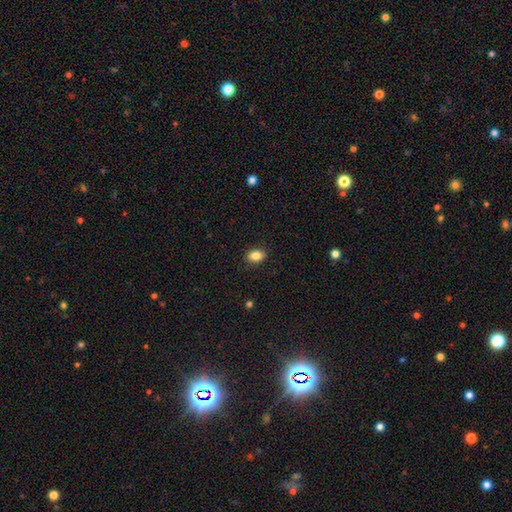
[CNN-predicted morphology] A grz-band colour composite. It shows a smooth galaxy with no disk features (85%) that is in between round and cigar-shaped (77%). Merging: none (89%).